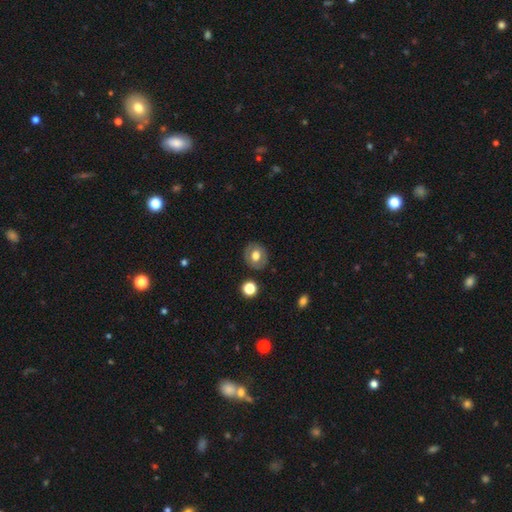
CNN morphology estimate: smooth_or_featured: smooth (p=0.64) [alt: featured or disk p=0.27]
how_rounded: round (p=0.73) [alt: in between p=0.27]
merging: none (p=0.86) [alt: minor disturbance p=0.09]